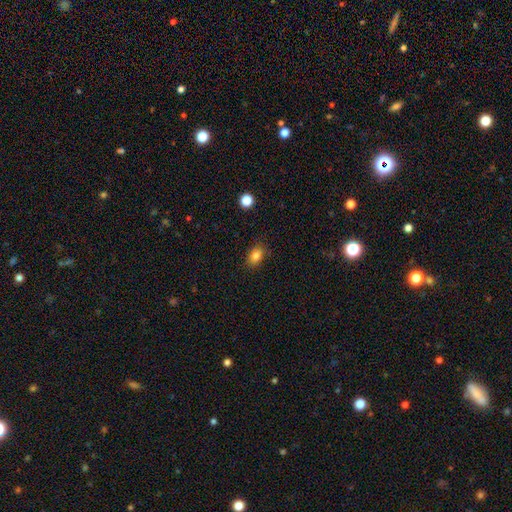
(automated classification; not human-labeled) smooth-or-featured: smooth: 84% | star or artifact: 10% | featured or disk: 6%
  how-rounded: in between: 78% | round: 21% | cigar-shaped: 1%
  merging: none: 84% | minor disturbance: 12% | major disturbance: 3% | merger: 1%